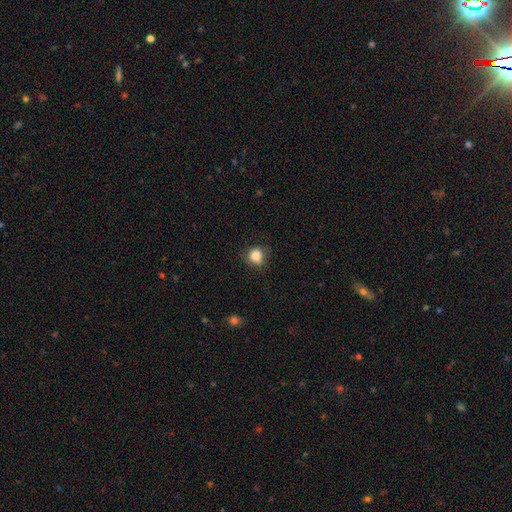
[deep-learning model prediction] A smooth galaxy with no disk features (84%) that is round (73%). Merging: none (64%).